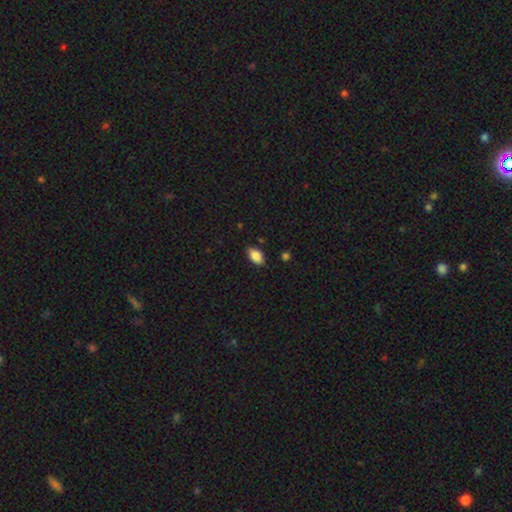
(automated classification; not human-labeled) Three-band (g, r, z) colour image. It shows a smooth galaxy with no disk features (86%) that is in between round and cigar-shaped (92%). Merging: none (85%).